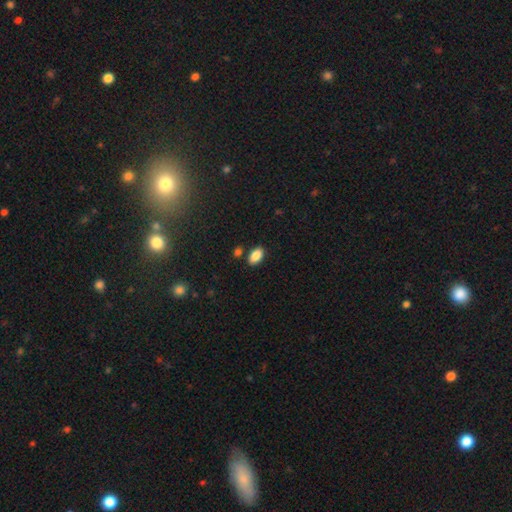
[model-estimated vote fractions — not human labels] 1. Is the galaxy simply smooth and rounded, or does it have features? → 87% smooth, 8% star or artifact, 5% featured or disk.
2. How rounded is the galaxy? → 92% in between, 5% round, 3% cigar-shaped.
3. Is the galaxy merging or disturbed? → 83% none, 9% minor disturbance, 5% merger, 2% major disturbance.